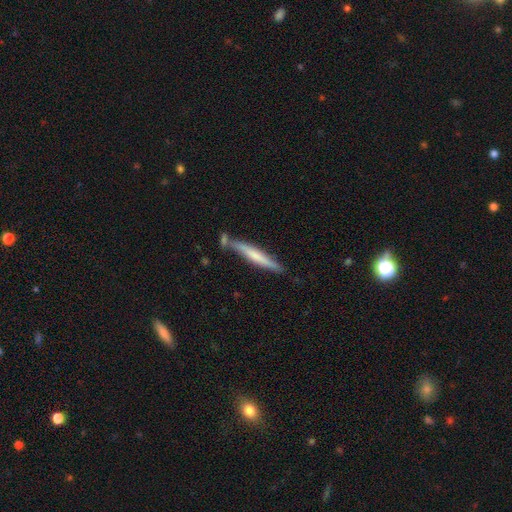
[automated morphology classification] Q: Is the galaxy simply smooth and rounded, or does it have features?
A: smooth — 52%.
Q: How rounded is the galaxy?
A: cigar-shaped — 94%.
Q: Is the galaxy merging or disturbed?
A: none — 68%.